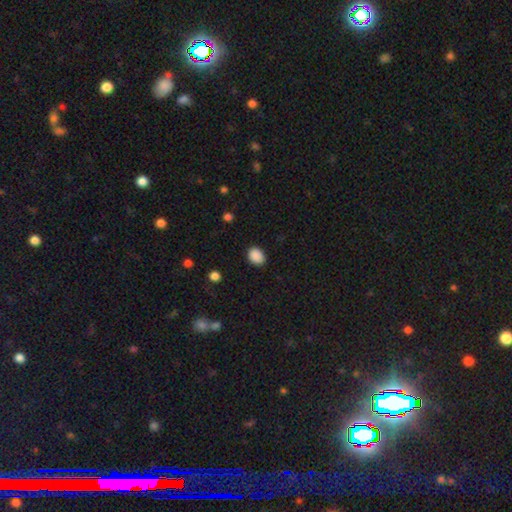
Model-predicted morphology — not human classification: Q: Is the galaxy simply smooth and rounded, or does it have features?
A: smooth — 89%.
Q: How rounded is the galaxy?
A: in between — 58%.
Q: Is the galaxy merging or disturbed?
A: none — 86%.